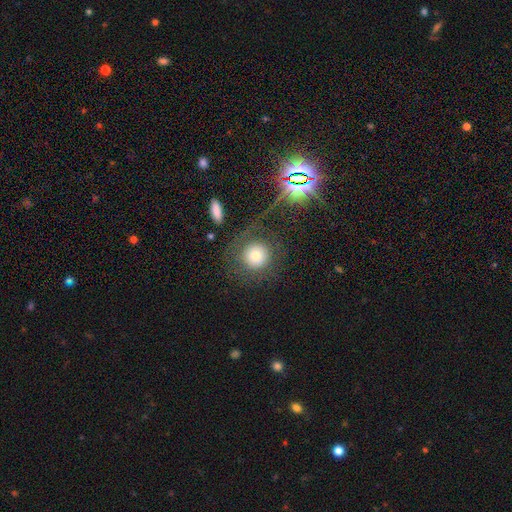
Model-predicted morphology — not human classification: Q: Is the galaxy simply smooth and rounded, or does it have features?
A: smooth — 66%.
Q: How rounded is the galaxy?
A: round — 92%.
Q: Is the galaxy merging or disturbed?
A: none — 67%.